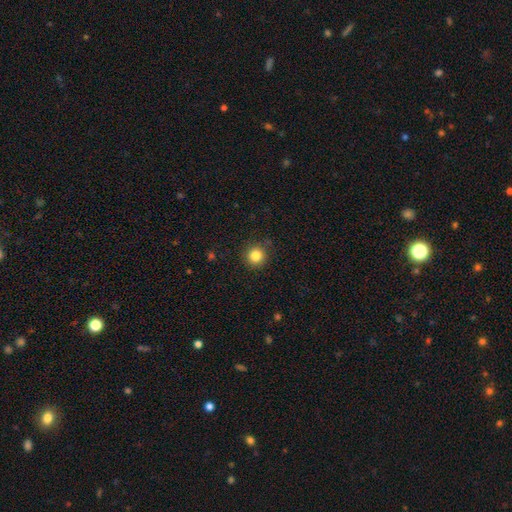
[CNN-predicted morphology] Smooth or featured: smooth — 84% (star or artifact — 11%)
How rounded: round — 94% (in between — 5%)
Merging: none — 89% (minor disturbance — 7%)